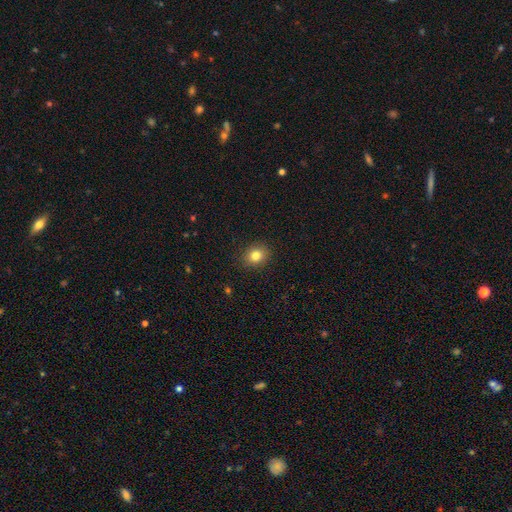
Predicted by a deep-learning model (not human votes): This appears to be a smooth galaxy with no disk features (82%) that is round (63%). Merging: none (89%).